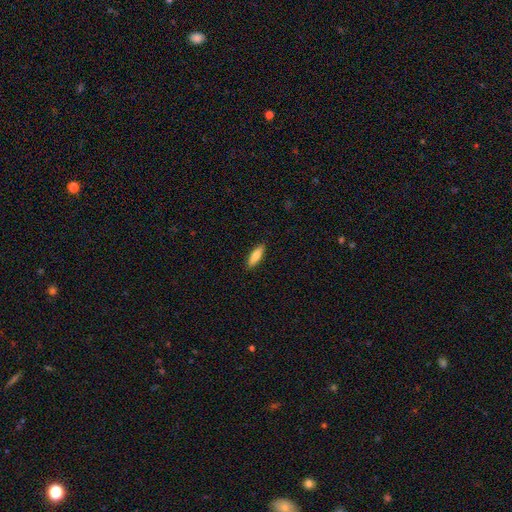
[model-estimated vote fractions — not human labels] smooth-or-featured: smooth: 79% | featured or disk: 16% | star or artifact: 6%
  how-rounded: cigar-shaped: 51% | in between: 47% | round: 2%
  merging: none: 90% | minor disturbance: 8% | major disturbance: 2% | merger: 1%